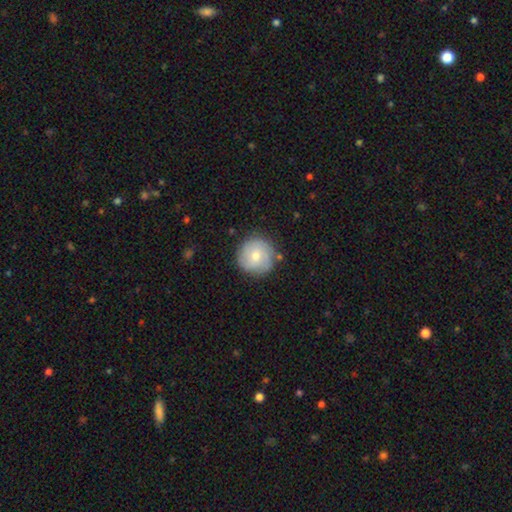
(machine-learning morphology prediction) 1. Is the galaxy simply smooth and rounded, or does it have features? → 55% smooth, 38% featured or disk, 7% star or artifact.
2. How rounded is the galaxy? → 94% round, 5% in between, 1% cigar-shaped.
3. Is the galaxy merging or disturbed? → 81% none, 13% minor disturbance, 4% major disturbance, 2% merger.